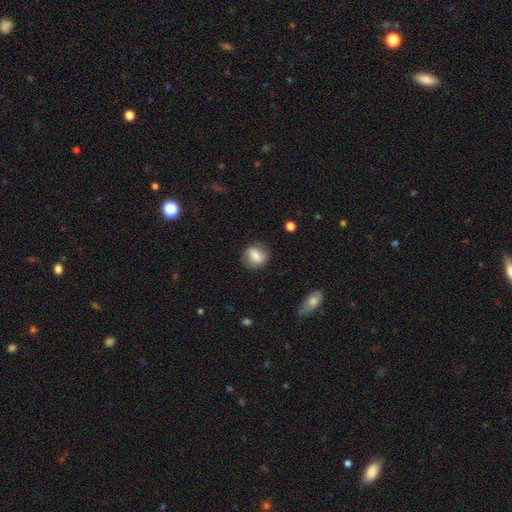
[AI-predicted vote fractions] Q: Smooth or featured?
A: smooth (79%); runner-up: featured or disk (13%)
Q: How rounded?
A: round (59%); runner-up: in between (40%)
Q: Merging?
A: none (79%); runner-up: minor disturbance (15%)